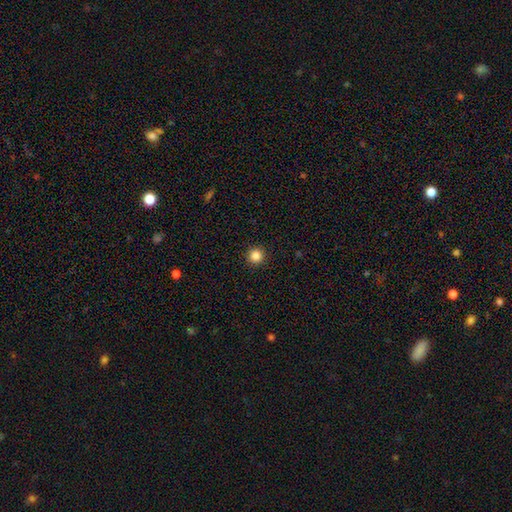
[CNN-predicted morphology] A smooth galaxy with no disk features (85%) that is round (96%).

Vote fractions:
- Smooth or featured? smooth: 85% / star or artifact: 12% / featured or disk: 4%
- How rounded? round: 96% / in between: 3% / cigar-shaped: 1%
- Merging? none: 94% / minor disturbance: 4% / major disturbance: 2% / merger: 1%